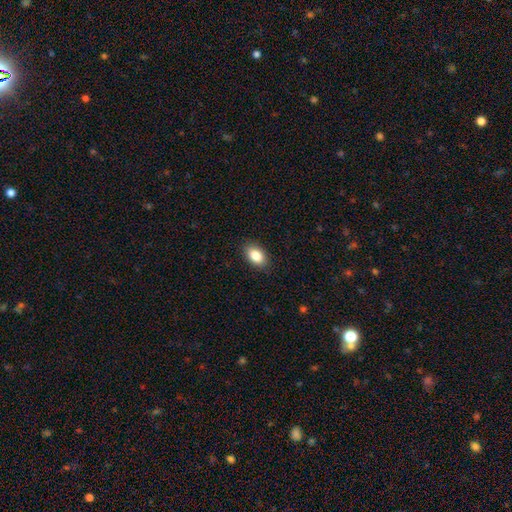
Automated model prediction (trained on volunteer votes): A smooth galaxy with no disk features (86%) that is in between round and cigar-shaped (90%).

Vote fractions:
- Smooth or featured? smooth: 86% / star or artifact: 8% / featured or disk: 7%
- How rounded? in between: 90% / round: 9% / cigar-shaped: 2%
- Merging? none: 88% / minor disturbance: 9% / major disturbance: 2% / merger: 1%